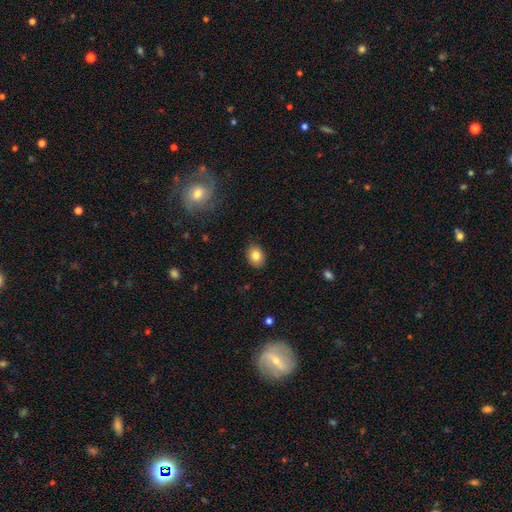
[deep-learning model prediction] smooth_or_featured: smooth (p=0.83) [alt: star or artifact p=0.09]
how_rounded: in between (p=0.55) [alt: round p=0.44]
merging: none (p=0.87) [alt: minor disturbance p=0.10]